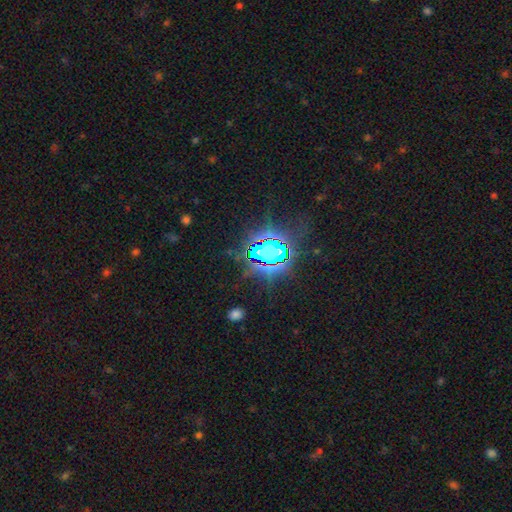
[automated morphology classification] The model was most divided on "smooth or featured": star or artifact: 79%, smooth: 11%, featured or disk: 10%.